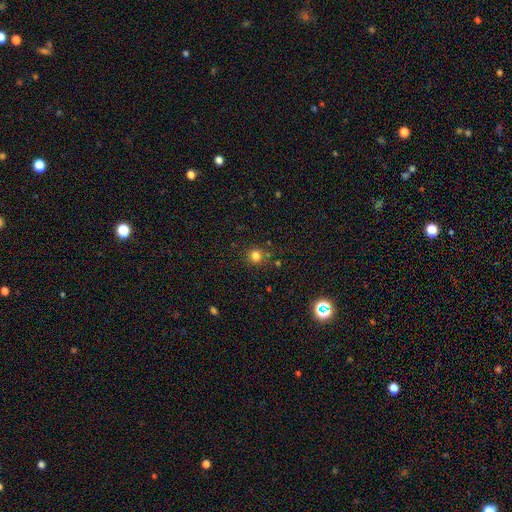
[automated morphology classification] smooth-or-featured: smooth: 79% | star or artifact: 16% | featured or disk: 5%
  how-rounded: round: 90% | in between: 9% | cigar-shaped: 1%
  merging: none: 81% | minor disturbance: 10% | merger: 5% | major disturbance: 3%